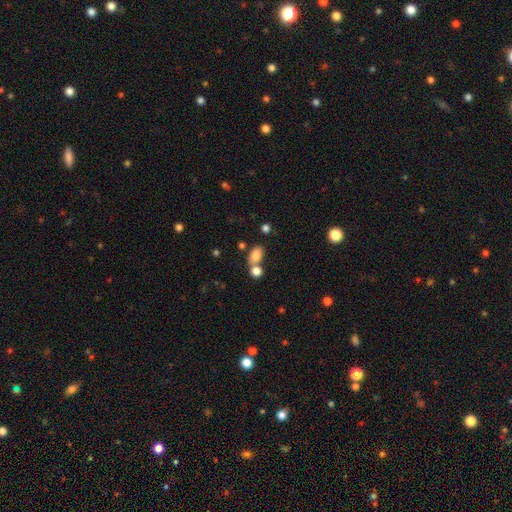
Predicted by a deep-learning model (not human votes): Smooth or featured?
  - smooth: 82% *
  - star or artifact: 10%
  - featured or disk: 7%
How rounded?
  - in between: 83% *
  - round: 14%
  - cigar-shaped: 2%
Merging?
  - none: 50% *
  - merger: 33%
  - minor disturbance: 12%
  - major disturbance: 5%